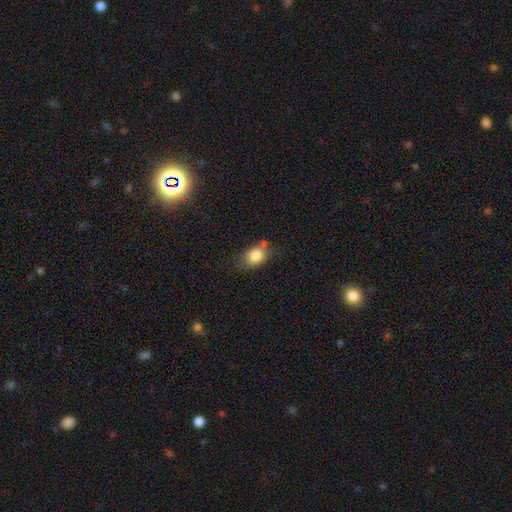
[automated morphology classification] Smooth or featured? Predicted: smooth (p=0.82). How rounded? Predicted: in between (p=0.62). Merging? Predicted: none (p=0.57).